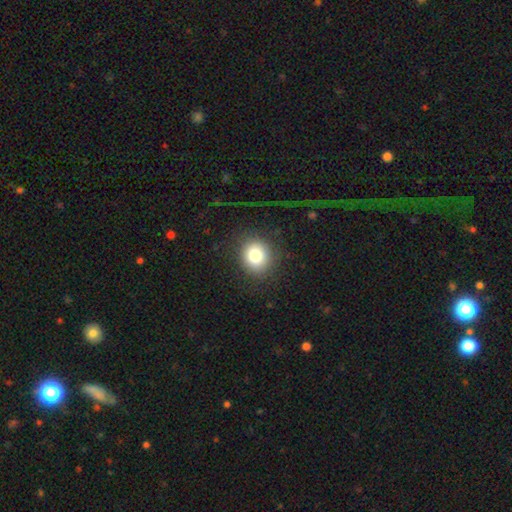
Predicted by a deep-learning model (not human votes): The model was most divided on "how rounded": round: 79%, in between: 20%, cigar-shaped: 1%. More confident: merging — none (84%); smooth or featured — smooth (81%).